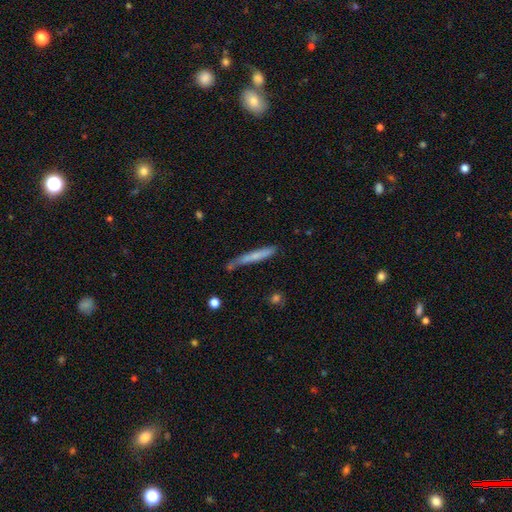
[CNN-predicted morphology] Smooth or featured? smooth (61%)
How rounded? cigar-shaped (95%)
Merging? none (64%)